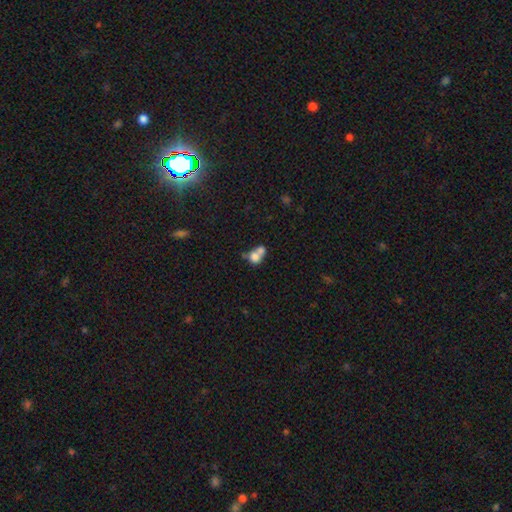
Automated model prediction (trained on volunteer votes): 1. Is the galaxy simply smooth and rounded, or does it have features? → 68% smooth, 21% featured or disk, 11% star or artifact.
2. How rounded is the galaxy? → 56% round, 42% in between, 2% cigar-shaped.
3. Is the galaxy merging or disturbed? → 68% merger, 20% none, 7% minor disturbance, 5% major disturbance.